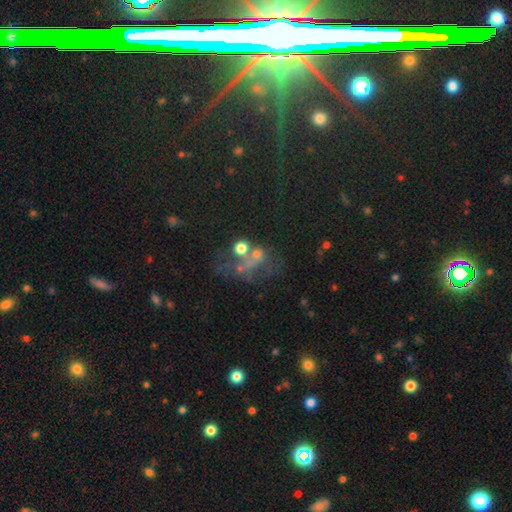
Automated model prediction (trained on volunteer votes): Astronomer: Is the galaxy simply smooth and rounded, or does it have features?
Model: smooth — 35% (runner-up: featured or disk, 33%).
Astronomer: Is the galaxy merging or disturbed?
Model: none — 31% (runner-up: major disturbance, 30%).